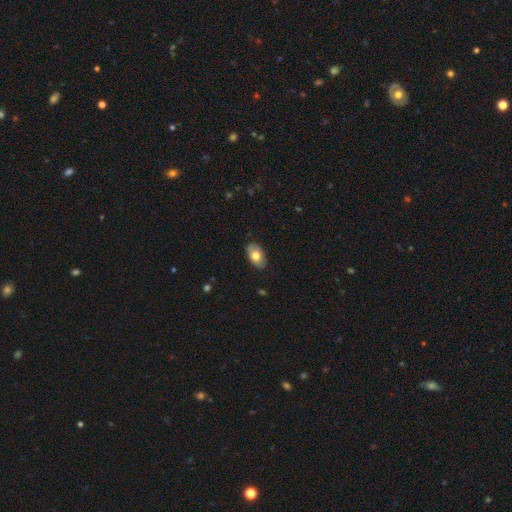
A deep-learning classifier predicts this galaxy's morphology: smooth 72%, featured or disk 21%, star or artifact 6%. Down the decision tree: how rounded — in between (93%); merging — none (85%).